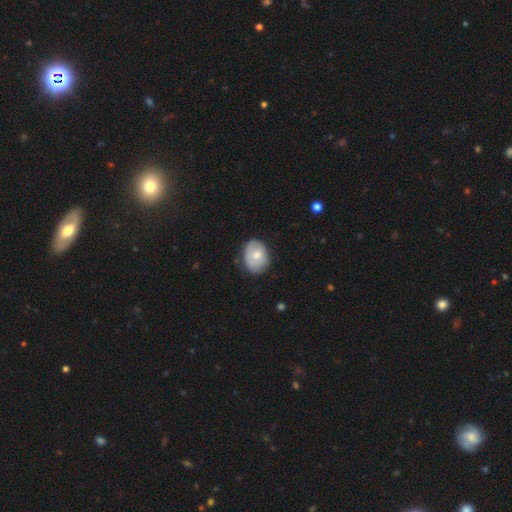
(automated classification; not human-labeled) smooth 68%, featured or disk 25%, star or artifact 6%. Down the decision tree: how rounded — in between (60%); merging — none (72%).